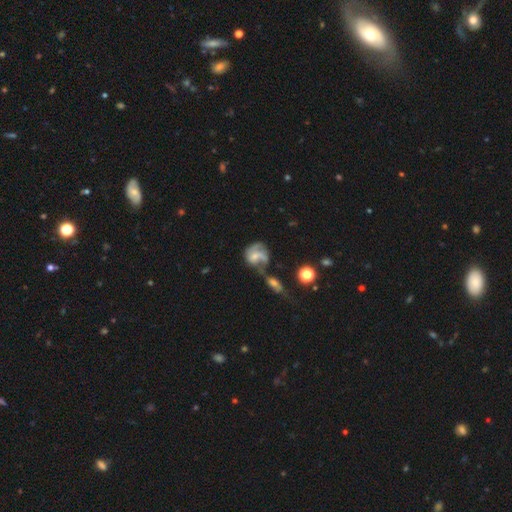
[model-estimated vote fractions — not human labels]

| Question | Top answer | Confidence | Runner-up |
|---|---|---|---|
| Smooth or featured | featured or disk | 58% | smooth (32%) |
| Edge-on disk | no | 97% | yes (3%) |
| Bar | no | 65% | weak (29%) |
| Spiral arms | yes | 73% | no (27%) |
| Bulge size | small | 46% | moderate (31%) |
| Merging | merger | 33% | none (26%) |